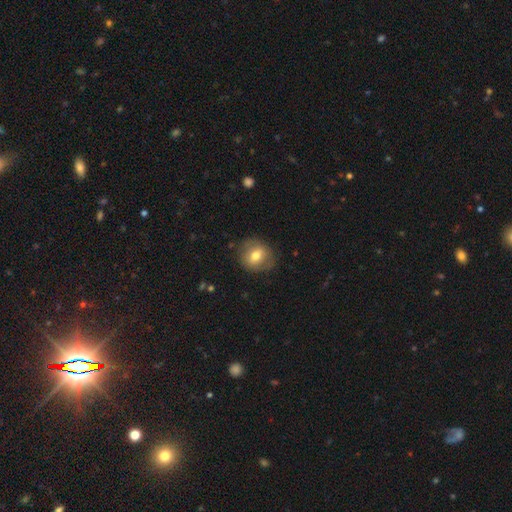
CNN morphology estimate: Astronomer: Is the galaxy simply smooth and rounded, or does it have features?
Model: smooth — 67%.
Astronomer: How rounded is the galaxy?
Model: round — 71%.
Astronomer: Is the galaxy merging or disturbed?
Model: none — 80%.